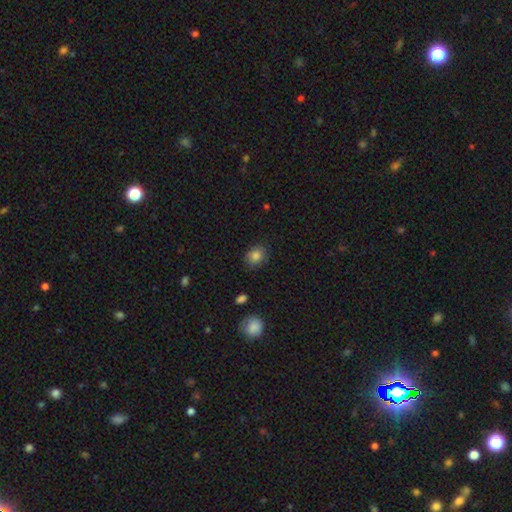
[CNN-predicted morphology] The model was most divided on "how rounded": in between: 51%, round: 48%, cigar-shaped: 1%. More confident: smooth or featured — smooth (84%); merging — none (82%).